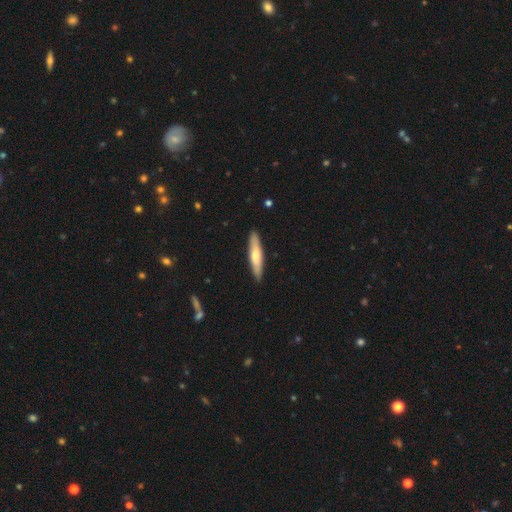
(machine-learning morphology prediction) Smooth or featured? Predicted: smooth (p=0.59). How rounded? Predicted: cigar-shaped (p=0.85). Merging? Predicted: none (p=0.89).